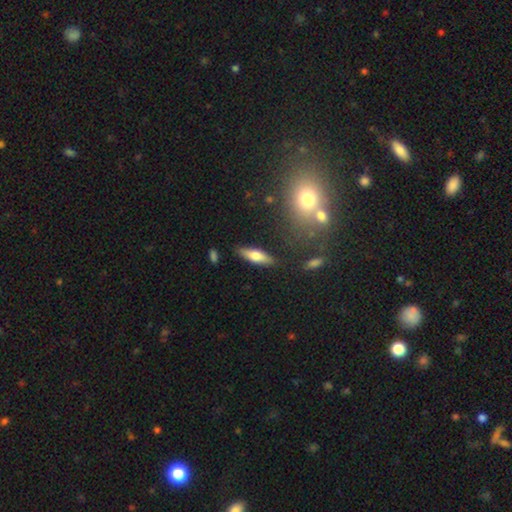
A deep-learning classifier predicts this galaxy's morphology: This appears to be a smooth galaxy with no disk features (62%) that is in between round and cigar-shaped (49%, tied with cigar-shaped). Merging: none (85%).